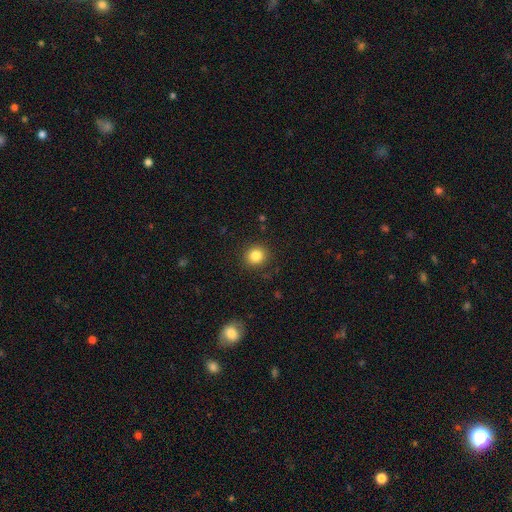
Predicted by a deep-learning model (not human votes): This appears to be a smooth galaxy with no disk features (84%) that is round (89%). Merging: none (90%).